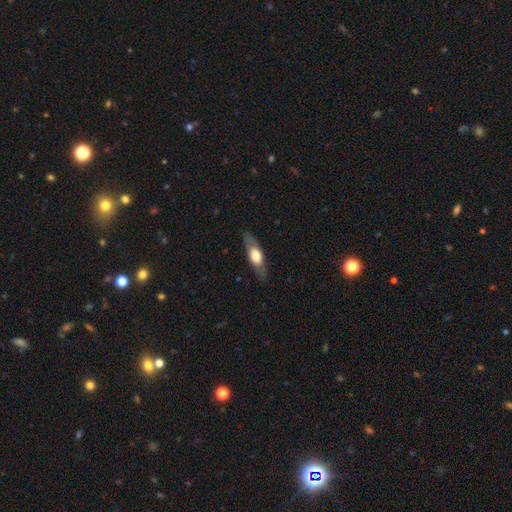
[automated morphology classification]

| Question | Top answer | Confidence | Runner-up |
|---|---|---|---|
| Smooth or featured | smooth | 50% | featured or disk (44%) |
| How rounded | in between | 58% | cigar-shaped (38%) |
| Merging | none | 80% | minor disturbance (14%) |